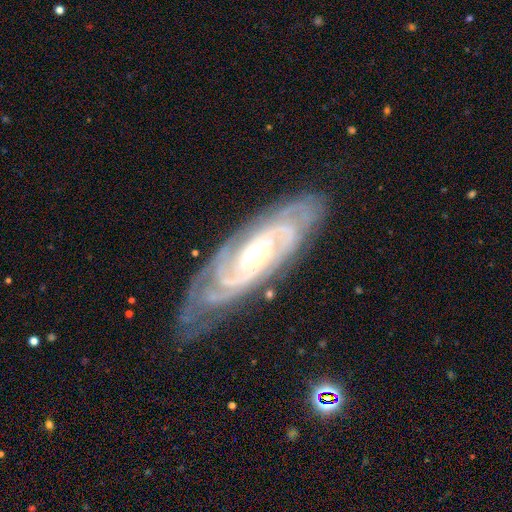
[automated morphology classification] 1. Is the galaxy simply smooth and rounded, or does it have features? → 90% featured or disk, 5% star or artifact, 5% smooth.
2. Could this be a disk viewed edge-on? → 91% no, 9% yes.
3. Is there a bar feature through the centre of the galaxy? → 59% no, 28% weak, 13% strong.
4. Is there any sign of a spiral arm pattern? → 98% yes, 2% no.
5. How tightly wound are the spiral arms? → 72% tight, 24% medium, 4% loose.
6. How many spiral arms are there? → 30% 2, 26% 3, 21% can't tell, 12% 4, 6% more than 4, 5% 1.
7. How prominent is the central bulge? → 53% moderate, 40% small, 4% large, 1% none, 1% dominant.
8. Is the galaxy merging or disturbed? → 76% none, 18% minor disturbance, 5% major disturbance, 1% merger.